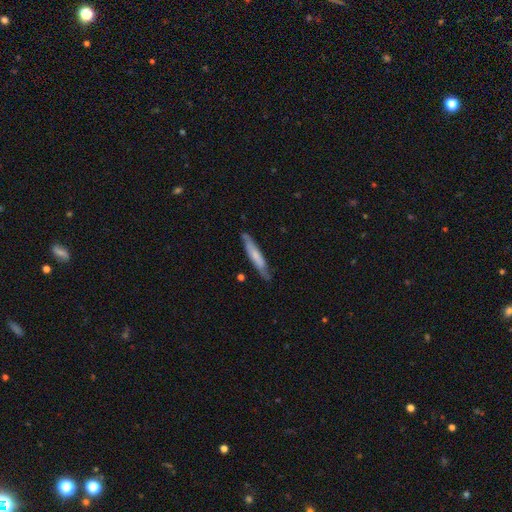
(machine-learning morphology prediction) smooth-or-featured: smooth: 52% | featured or disk: 43% | star or artifact: 5%
  how-rounded: cigar-shaped: 90% | in between: 9% | round: 1%
  merging: none: 77% | minor disturbance: 18% | major disturbance: 3% | merger: 2%